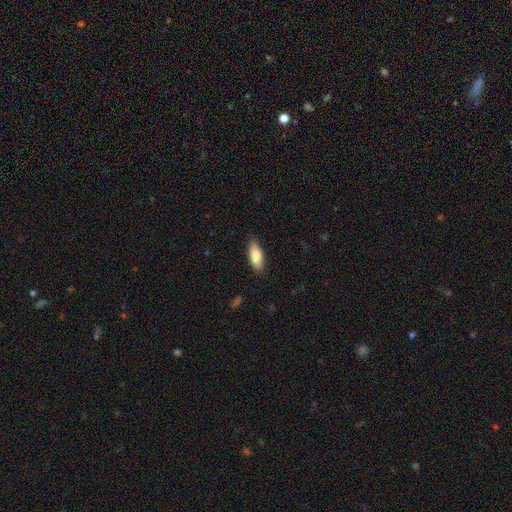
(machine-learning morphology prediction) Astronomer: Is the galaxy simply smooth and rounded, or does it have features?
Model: smooth — 79%.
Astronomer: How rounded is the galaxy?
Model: in between — 75%.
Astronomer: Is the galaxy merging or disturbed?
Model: none — 87%.